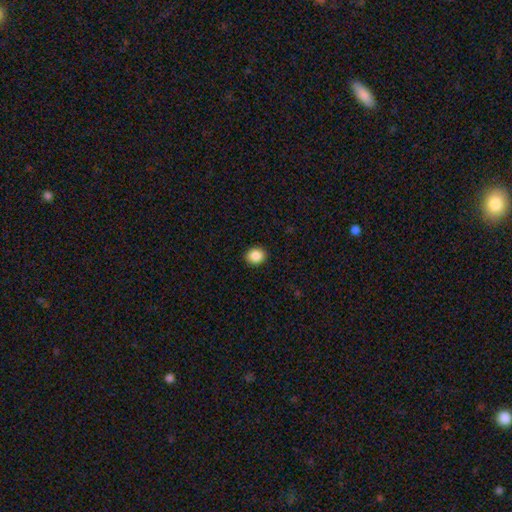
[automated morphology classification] Q: Smooth or featured?
A: smooth (87%); runner-up: star or artifact (9%)
Q: How rounded?
A: round (68%); runner-up: in between (31%)
Q: Merging?
A: none (91%); runner-up: minor disturbance (6%)